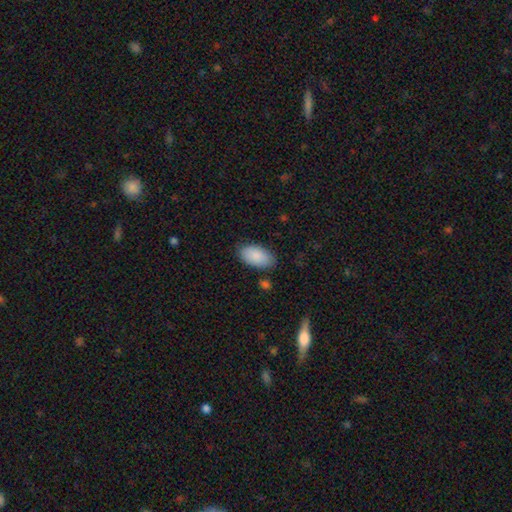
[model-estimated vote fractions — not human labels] This is clearly a smooth galaxy (88%). How rounded: clearly in between (95%). Merging: clearly none (82%).